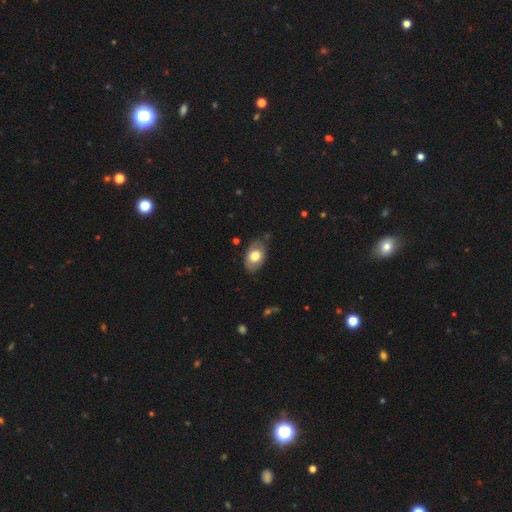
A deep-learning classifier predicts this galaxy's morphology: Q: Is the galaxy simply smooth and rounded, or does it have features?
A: smooth — 70%.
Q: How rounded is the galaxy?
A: in between — 88%.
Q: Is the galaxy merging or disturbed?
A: none — 73%.